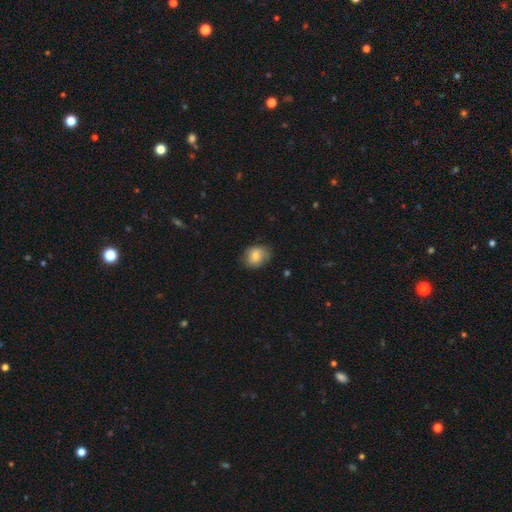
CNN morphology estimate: Smooth or featured? smooth (74%)
How rounded? round (56%)
Merging? none (69%)